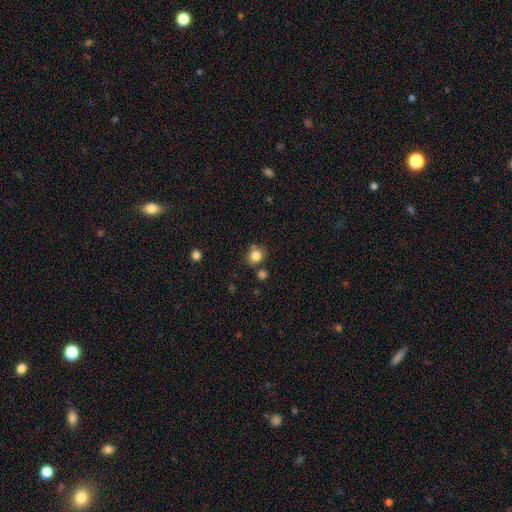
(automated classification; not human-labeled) Smooth or featured?
  - smooth: 82% *
  - star or artifact: 11%
  - featured or disk: 6%
How rounded?
  - round: 79% *
  - in between: 20%
  - cigar-shaped: 1%
Merging?
  - none: 73% *
  - minor disturbance: 12%
  - merger: 11%
  - major disturbance: 4%